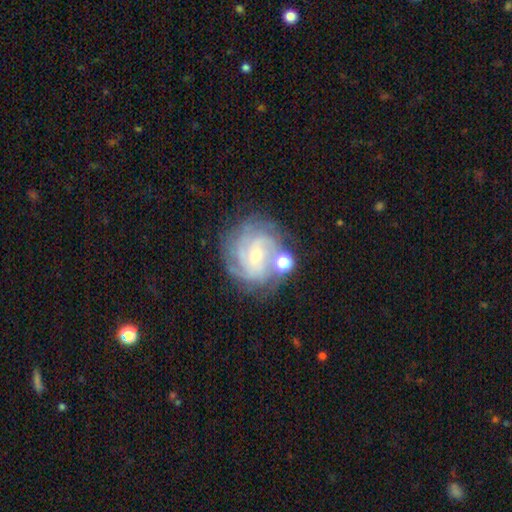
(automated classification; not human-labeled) Q: Smooth or featured?
A: featured or disk (82%); runner-up: smooth (9%)
Q: Edge-on disk?
A: no (98%); runner-up: yes (2%)
Q: Bar?
A: no (53%); runner-up: weak (37%)
Q: Spiral arms?
A: yes (96%); runner-up: no (4%)
Q: Spiral winding?
A: tight (66%); runner-up: medium (28%)
Q: Spiral arm count?
A: 4 (31%); runner-up: 3 (25%)
Q: Bulge size?
A: small (63%); runner-up: moderate (33%)
Q: Merging?
A: none (68%); runner-up: minor disturbance (15%)